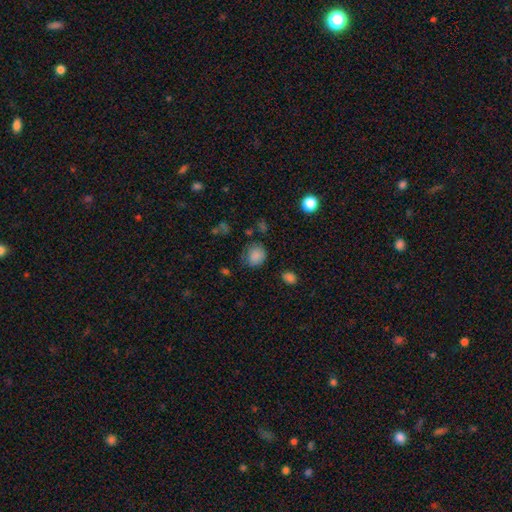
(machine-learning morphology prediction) Overall: smooth (83%). How rounded: round (76%). Merging: none (67%).